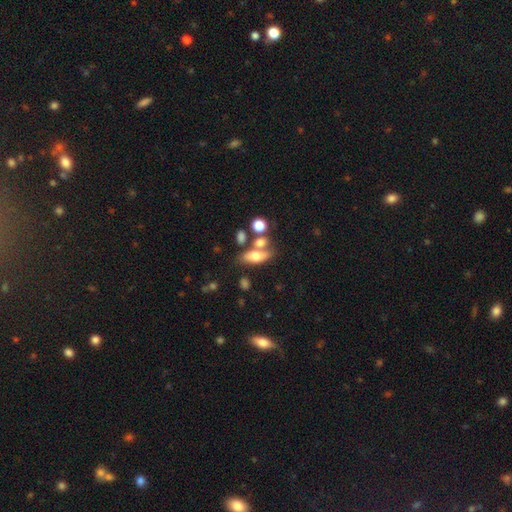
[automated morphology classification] A smooth galaxy with no disk features (63%) that is in between round and cigar-shaped (74%).

Vote fractions:
- Smooth or featured? smooth: 63% / featured or disk: 27% / star or artifact: 10%
- How rounded? in between: 74% / cigar-shaped: 18% / round: 8%
- Merging? none: 53% / merger: 26% / minor disturbance: 14% / major disturbance: 7%